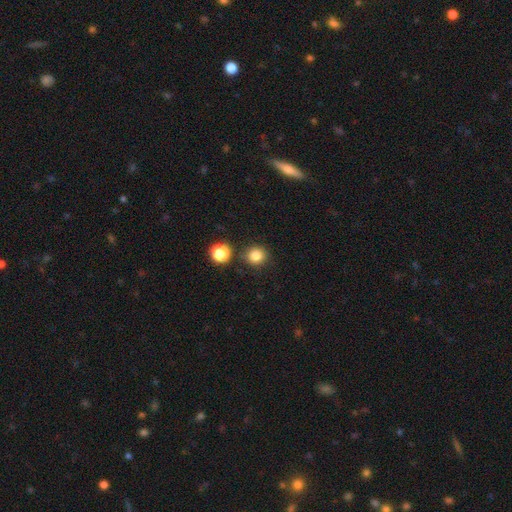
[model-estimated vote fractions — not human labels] This is clearly a smooth galaxy (84%). How rounded: clearly round (91%). Merging: clearly none (85%).